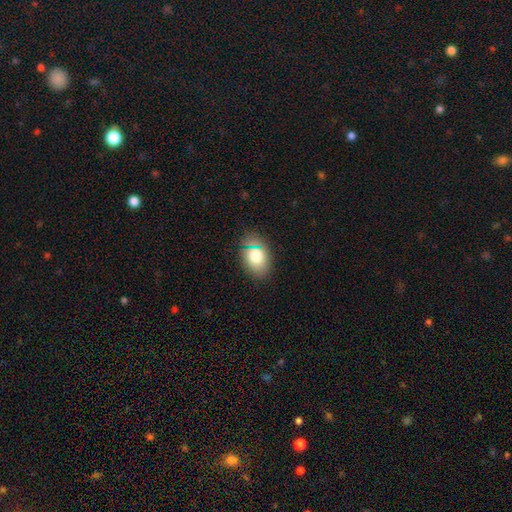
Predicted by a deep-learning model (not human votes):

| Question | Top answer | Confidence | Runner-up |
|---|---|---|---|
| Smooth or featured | smooth | 75% | featured or disk (14%) |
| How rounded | in between | 77% | round (21%) |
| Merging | none | 81% | minor disturbance (14%) |